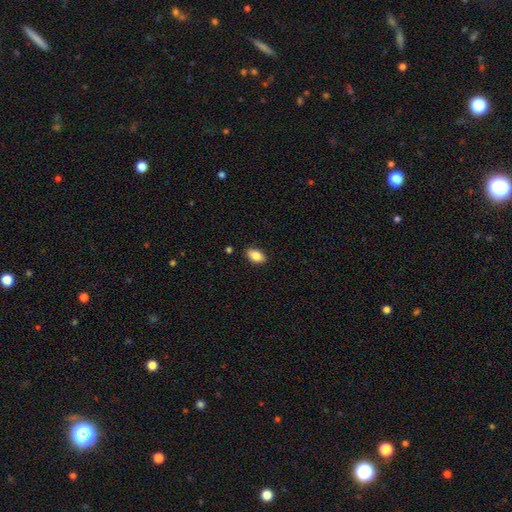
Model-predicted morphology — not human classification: Overall: smooth (86%). How rounded: in between (93%). Merging: none (89%).